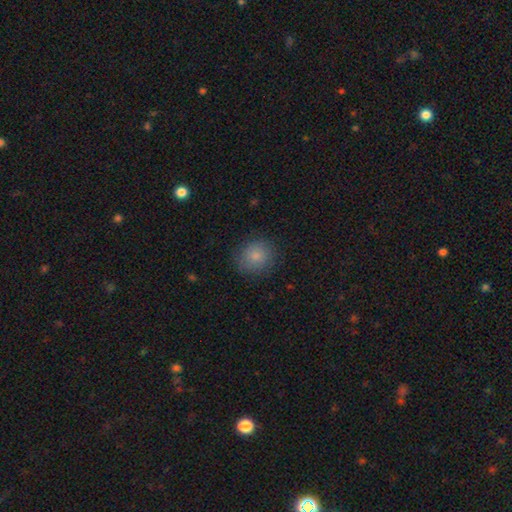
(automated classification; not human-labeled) Smooth or featured: smooth — 84% (star or artifact — 9%)
How rounded: round — 81% (in between — 18%)
Merging: none — 83% (minor disturbance — 12%)